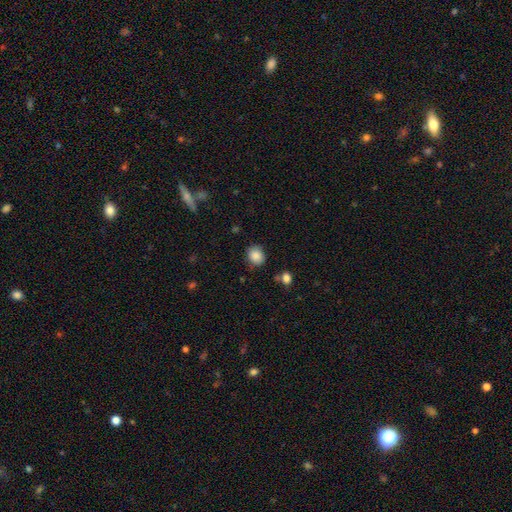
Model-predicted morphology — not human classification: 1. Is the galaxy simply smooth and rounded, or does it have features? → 87% smooth, 9% star or artifact, 4% featured or disk.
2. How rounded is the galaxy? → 66% round, 33% in between, 1% cigar-shaped.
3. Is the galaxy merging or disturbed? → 81% none, 13% minor disturbance, 3% major disturbance, 3% merger.